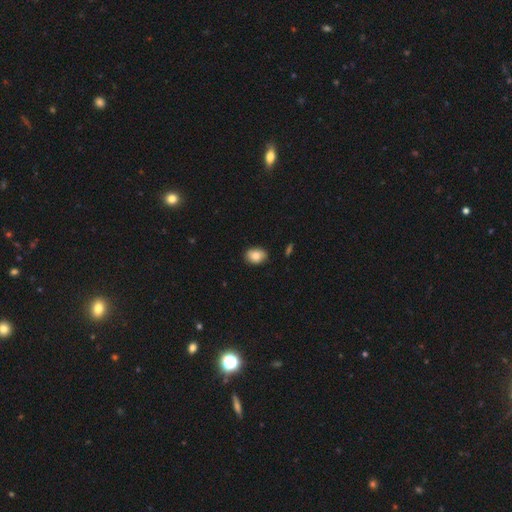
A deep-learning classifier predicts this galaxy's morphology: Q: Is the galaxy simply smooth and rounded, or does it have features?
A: smooth — 85%.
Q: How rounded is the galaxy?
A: in between — 68%.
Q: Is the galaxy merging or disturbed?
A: none — 83%.